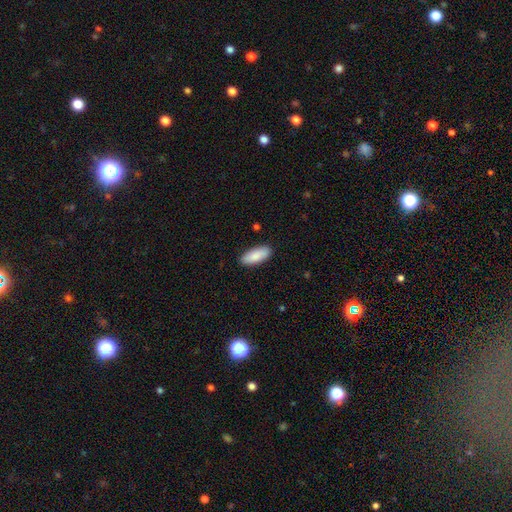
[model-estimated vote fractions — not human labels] This is clearly a smooth galaxy (88%). How rounded: clearly in between (80%). Merging: clearly none (88%).